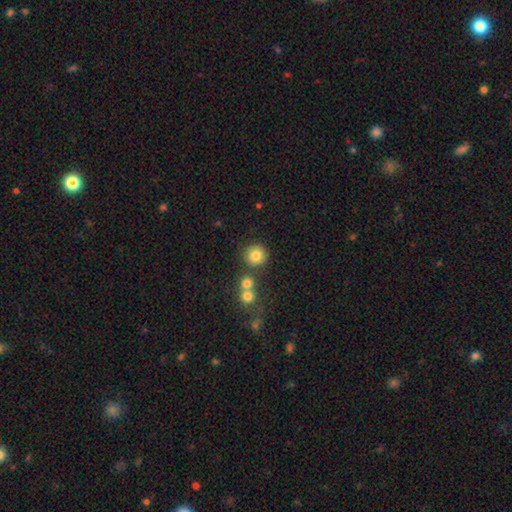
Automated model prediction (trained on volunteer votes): A smooth galaxy with no disk features (80%) that is round (92%). Merging: none (78%).